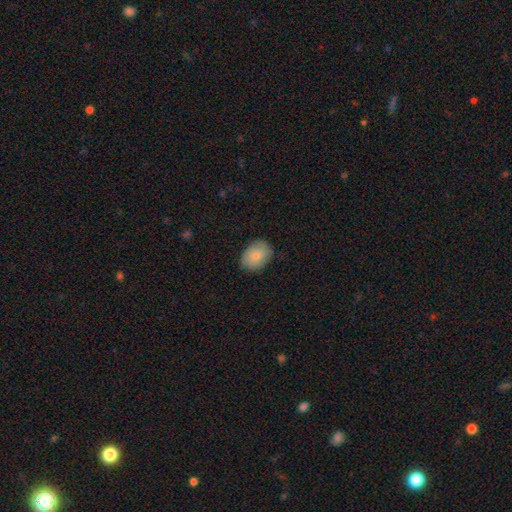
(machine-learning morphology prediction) smooth 79%, featured or disk 14%, star or artifact 6%. Down the decision tree: how rounded — in between (73%); merging — none (79%).